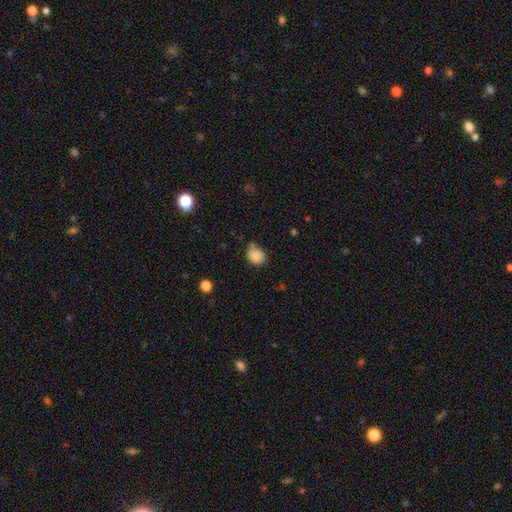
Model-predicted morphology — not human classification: Smooth or featured: smooth — 85% (star or artifact — 10%)
How rounded: round — 74% (in between — 25%)
Merging: none — 62% (minor disturbance — 24%)